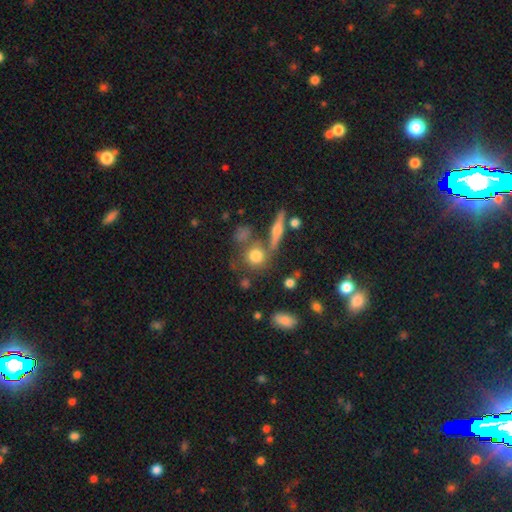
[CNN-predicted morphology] A smooth galaxy with no disk features (70%) that is round (82%). Merging: none (63%).